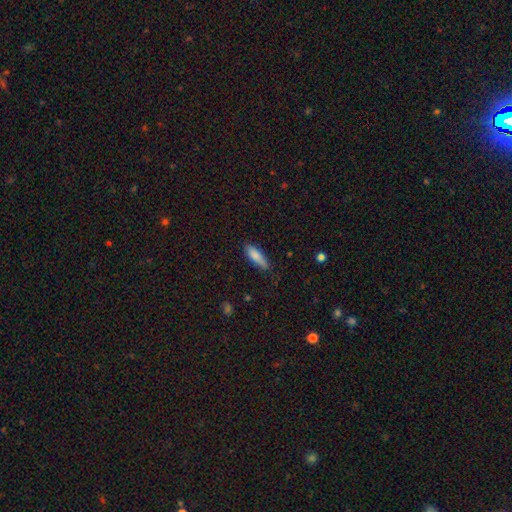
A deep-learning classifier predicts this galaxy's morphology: This appears to be a smooth galaxy with no disk features (82%) that is cigar-shaped (51%). Merging: none (78%).